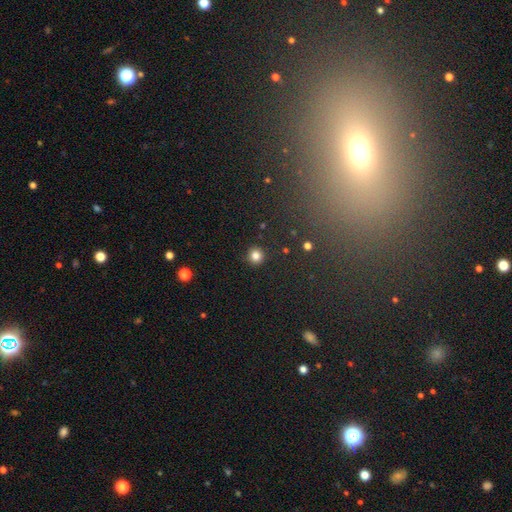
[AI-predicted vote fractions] Morphology: type=smooth (83%); roundness=round (95%); merging=none (92%).